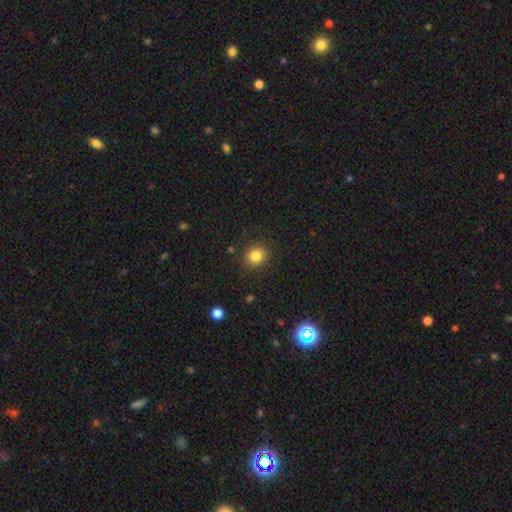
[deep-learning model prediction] smooth-or-featured: smooth: 83% | star or artifact: 12% | featured or disk: 5%
  how-rounded: round: 82% | in between: 17% | cigar-shaped: 1%
  merging: none: 89% | minor disturbance: 7% | major disturbance: 2% | merger: 1%